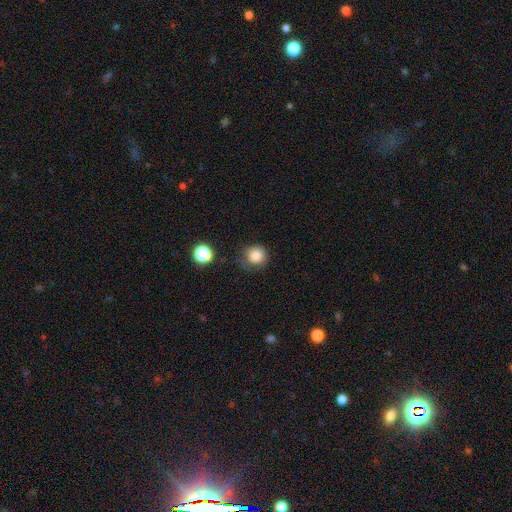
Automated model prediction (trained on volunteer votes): A smooth galaxy with no disk features (82%) that is round (88%).

Vote fractions:
- Smooth or featured? smooth: 82% / star or artifact: 11% / featured or disk: 7%
- How rounded? round: 88% / in between: 11% / cigar-shaped: 1%
- Merging? none: 58% / minor disturbance: 26% / major disturbance: 13% / merger: 3%